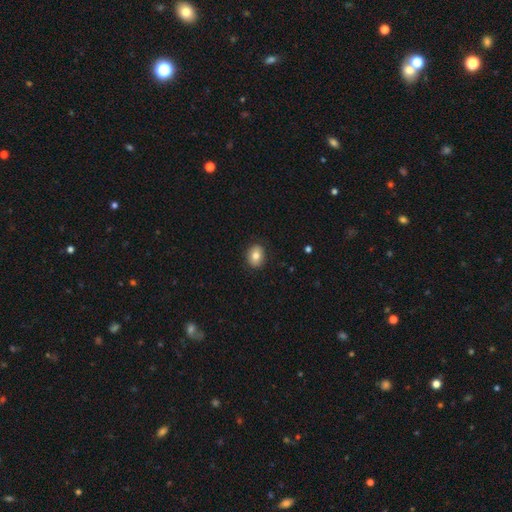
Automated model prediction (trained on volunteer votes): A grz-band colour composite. It shows a smooth galaxy with no disk features (81%) that is in between round and cigar-shaped (53%). Merging: none (88%).